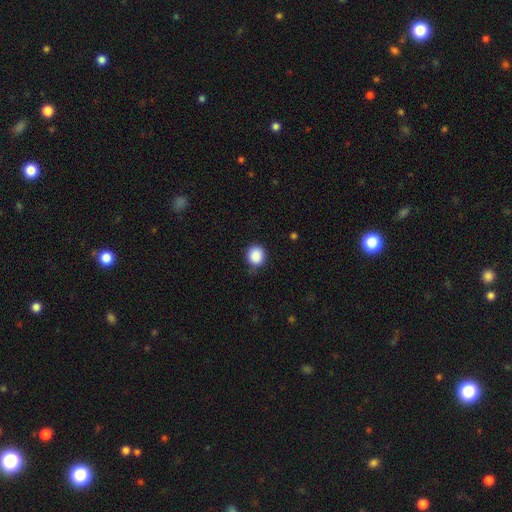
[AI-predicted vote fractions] This appears to be a smooth galaxy with no disk features (89%) that is round (84%). Merging: none (80%).